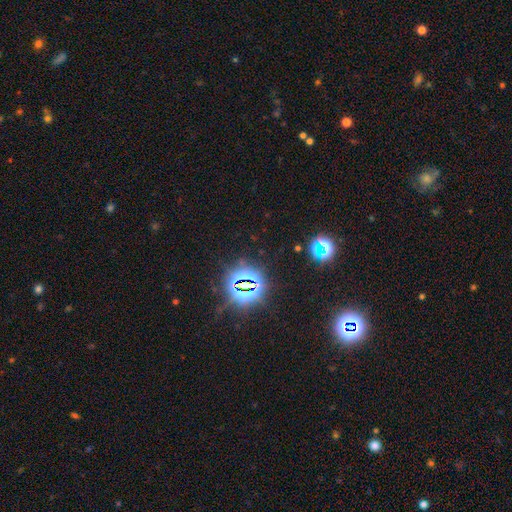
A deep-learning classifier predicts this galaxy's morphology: star or artifact 82%, smooth 12%, featured or disk 7%.